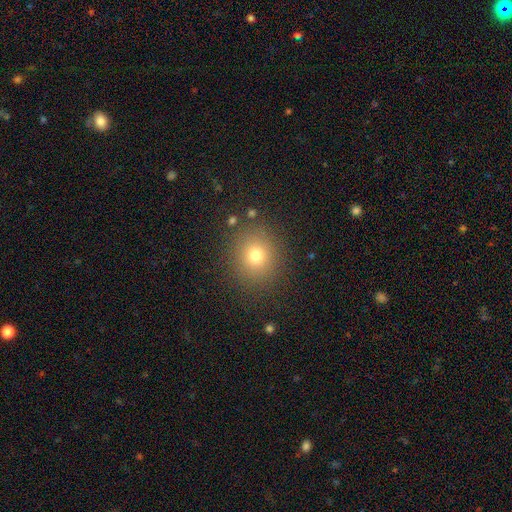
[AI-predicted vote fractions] Smooth or featured: smooth — 73% (star or artifact — 17%)
How rounded: round — 82% (in between — 17%)
Merging: none — 87% (minor disturbance — 8%)